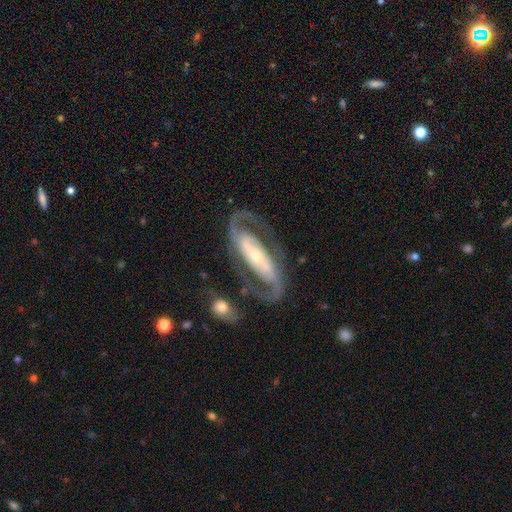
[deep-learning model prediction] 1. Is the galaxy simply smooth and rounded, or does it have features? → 90% featured or disk, 5% smooth, 4% star or artifact.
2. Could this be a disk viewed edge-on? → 94% no, 6% yes.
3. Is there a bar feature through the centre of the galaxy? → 56% strong, 22% no, 22% weak.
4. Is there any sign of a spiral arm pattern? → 96% yes, 4% no.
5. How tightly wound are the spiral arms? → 53% medium, 28% tight, 19% loose.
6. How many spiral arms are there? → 93% 2, 2% can't tell, 2% 1, 1% 3, 1% 4, 1% more than 4.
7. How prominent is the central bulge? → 61% small, 31% moderate, 5% large, 2% none, 2% dominant.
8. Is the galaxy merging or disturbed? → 75% none, 12% minor disturbance, 9% major disturbance, 4% merger.